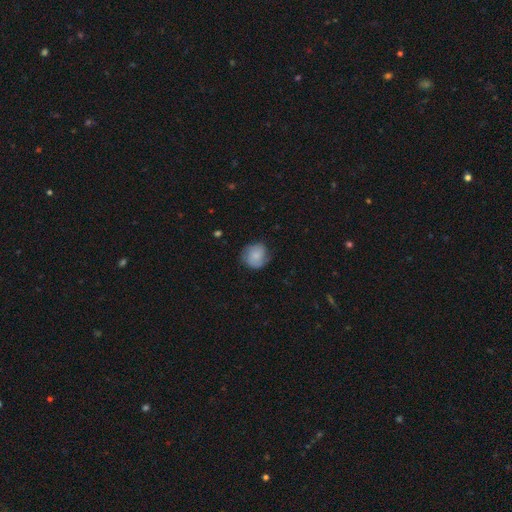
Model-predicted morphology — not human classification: This is likely a smooth galaxy (69%). How rounded: likely round (79%). Merging: likely none (68%).